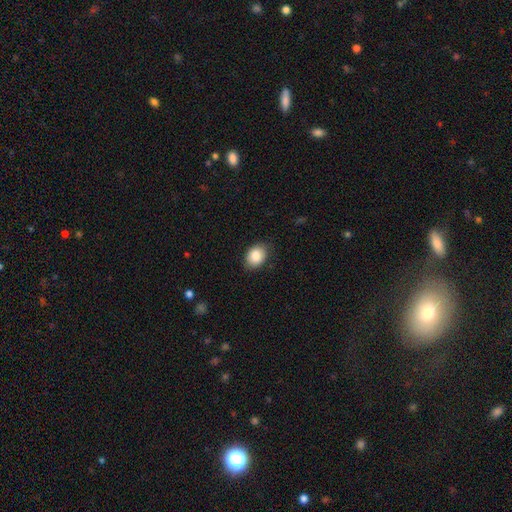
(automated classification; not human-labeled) Q: Smooth or featured?
A: smooth (86%); runner-up: star or artifact (8%)
Q: How rounded?
A: in between (70%); runner-up: round (29%)
Q: Merging?
A: none (83%); runner-up: minor disturbance (13%)